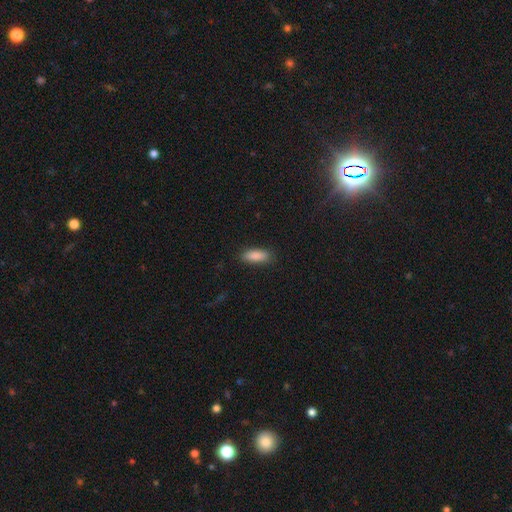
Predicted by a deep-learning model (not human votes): Q: Smooth or featured?
A: smooth (88%); runner-up: star or artifact (7%)
Q: How rounded?
A: in between (69%); runner-up: cigar-shaped (29%)
Q: Merging?
A: none (86%); runner-up: minor disturbance (10%)